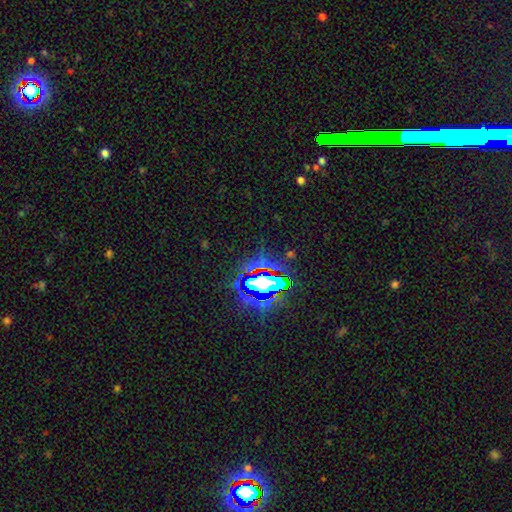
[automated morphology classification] type=star or artifact (83%).